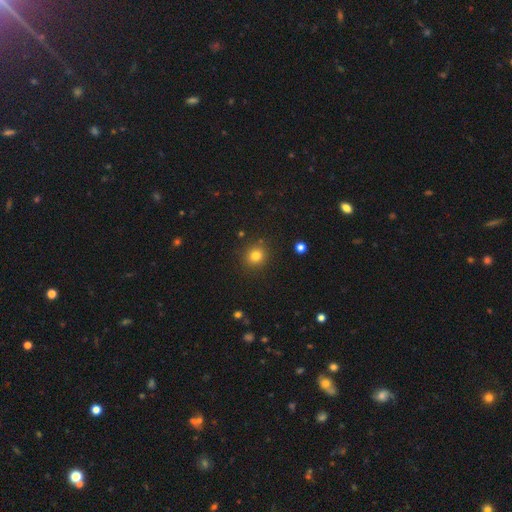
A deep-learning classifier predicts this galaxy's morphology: Smooth or featured? smooth (80%)
How rounded? round (89%)
Merging? none (89%)